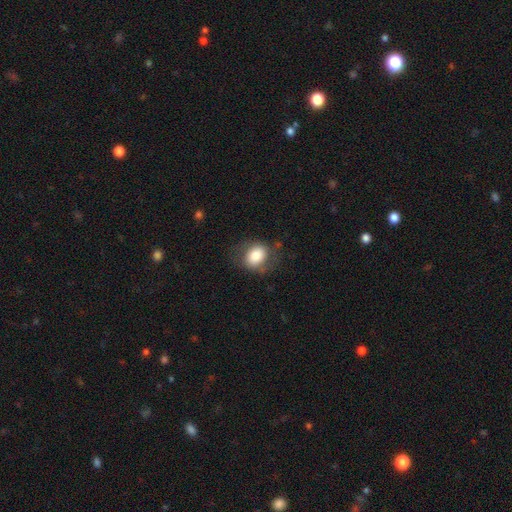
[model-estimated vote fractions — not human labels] A smooth galaxy with no disk features (79%) that is in between round and cigar-shaped (57%).

Vote fractions:
- Smooth or featured? smooth: 79% / featured or disk: 13% / star or artifact: 8%
- How rounded? in between: 57% / round: 42% / cigar-shaped: 1%
- Merging? none: 69% / minor disturbance: 20% / major disturbance: 10% / merger: 2%